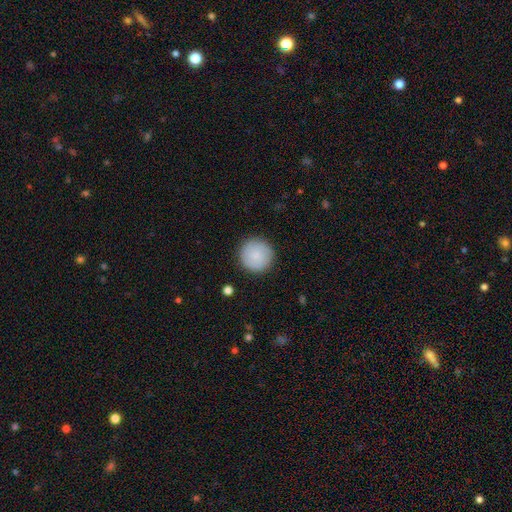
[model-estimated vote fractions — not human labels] smooth 82%, featured or disk 12%, star or artifact 6%. Down the decision tree: how rounded — round (96%); merging — none (90%).